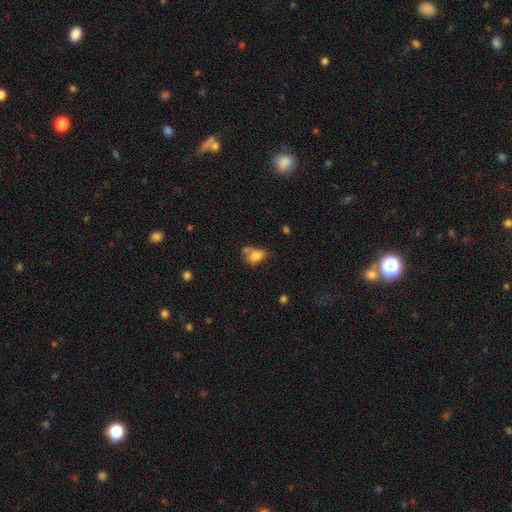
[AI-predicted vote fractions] Morphology: type=smooth (74%); roundness=in between (75%); merging=none (37%).